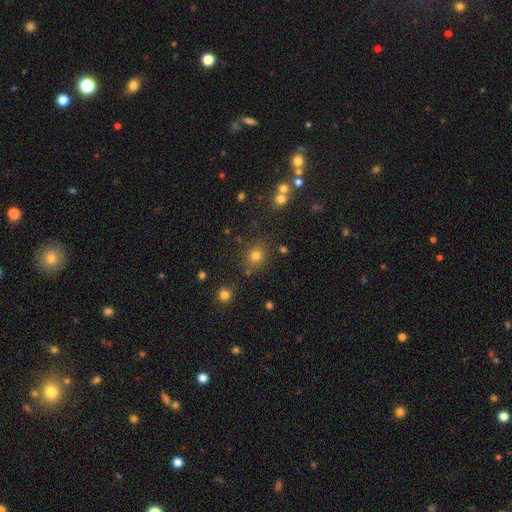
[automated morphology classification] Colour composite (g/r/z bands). It shows a smooth galaxy with no disk features (76%) that is round (75%). Merging: none (80%).